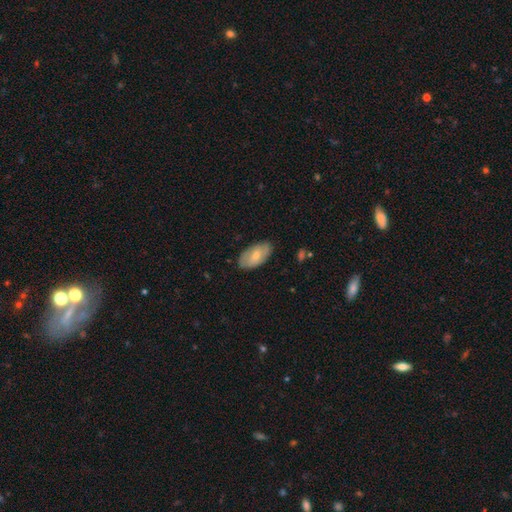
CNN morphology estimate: This appears to be a smooth galaxy with no disk features (59%) that is in between round and cigar-shaped (94%). Merging: none (78%).